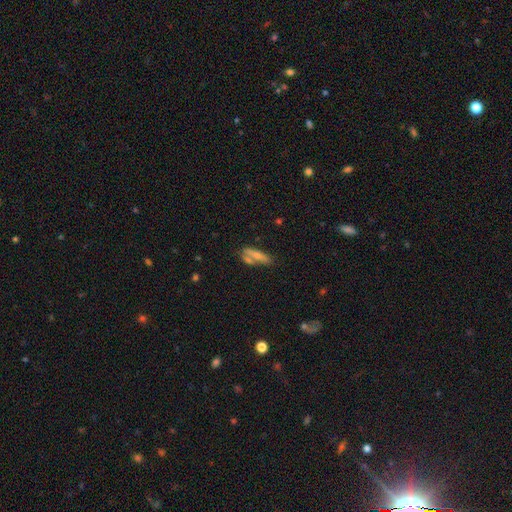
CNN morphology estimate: A smooth galaxy with no disk features (66%) that is cigar-shaped (63%). Merging: none (48%).